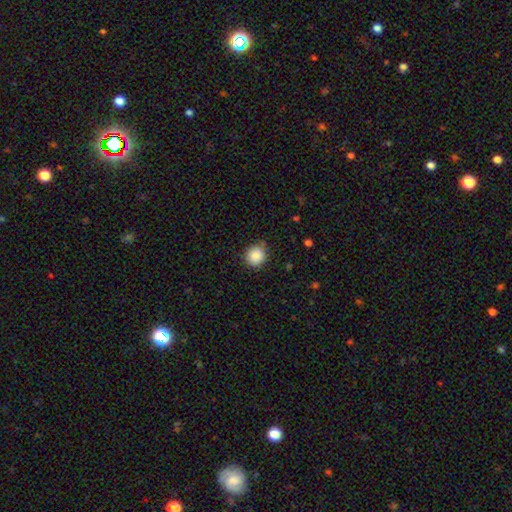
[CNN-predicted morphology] smooth_or_featured: smooth (p=0.88) [alt: star or artifact p=0.09]
how_rounded: round (p=0.91) [alt: in between p=0.08]
merging: none (p=0.83) [alt: minor disturbance p=0.13]